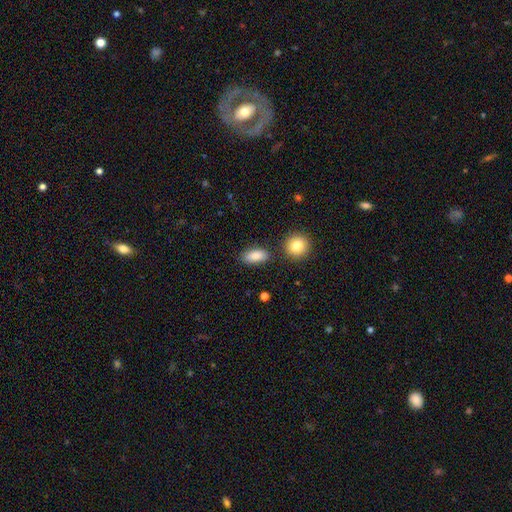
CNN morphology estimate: Q: Smooth or featured?
A: smooth (85%); runner-up: featured or disk (8%)
Q: How rounded?
A: in between (88%); runner-up: cigar-shaped (8%)
Q: Merging?
A: none (82%); runner-up: minor disturbance (10%)